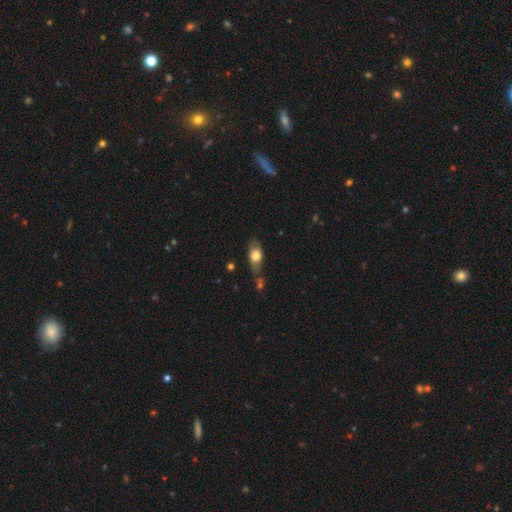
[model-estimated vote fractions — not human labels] This is likely a smooth galaxy (68%). How rounded: likely in between (79%). Merging: possibly none (54%).